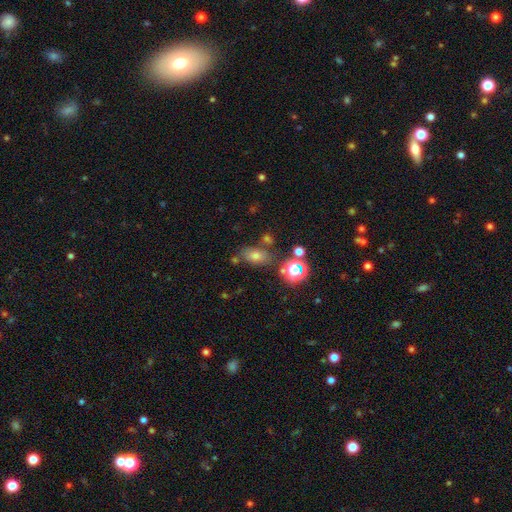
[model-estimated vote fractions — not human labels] A smooth galaxy with no disk features (63%) that is in between round and cigar-shaped (76%). Merging: none (69%).